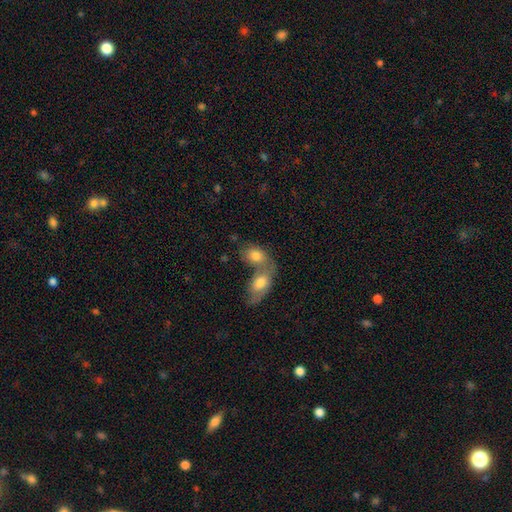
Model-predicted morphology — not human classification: Smooth or featured: smooth — 78% (featured or disk — 15%)
How rounded: in between — 83% (round — 15%)
Merging: merger — 65% (none — 23%)